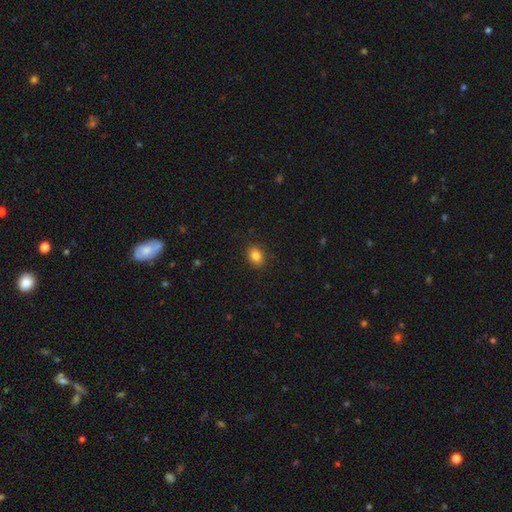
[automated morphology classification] Overall: smooth (85%). How rounded: in between (72%). Merging: none (88%).